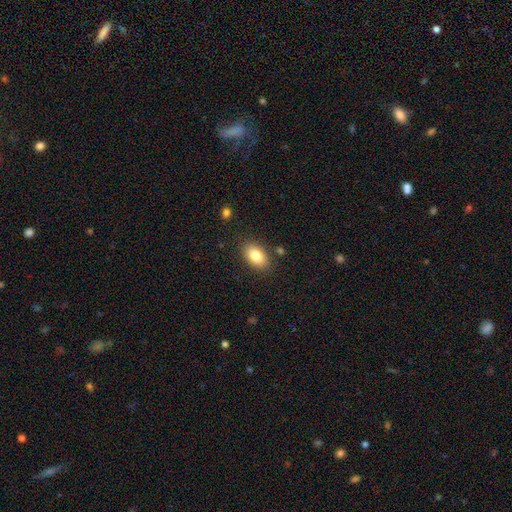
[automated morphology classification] A smooth galaxy with no disk features (84%) that is in between round and cigar-shaped (91%).

Vote fractions:
- Smooth or featured? smooth: 84% / featured or disk: 9% / star or artifact: 8%
- How rounded? in between: 91% / round: 7% / cigar-shaped: 2%
- Merging? none: 85% / minor disturbance: 11% / major disturbance: 3% / merger: 2%